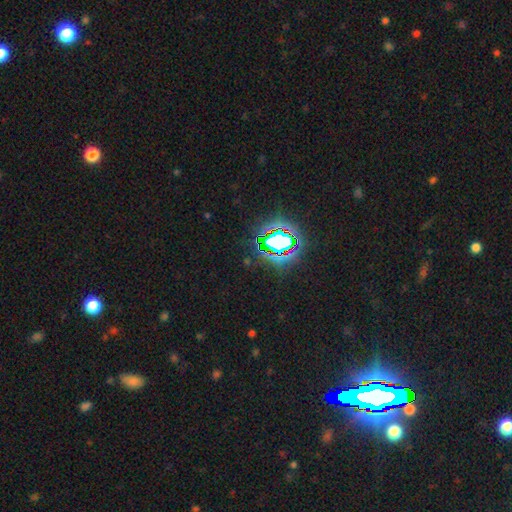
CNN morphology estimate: This appears to be a star or artifact, not a galaxy (81%).